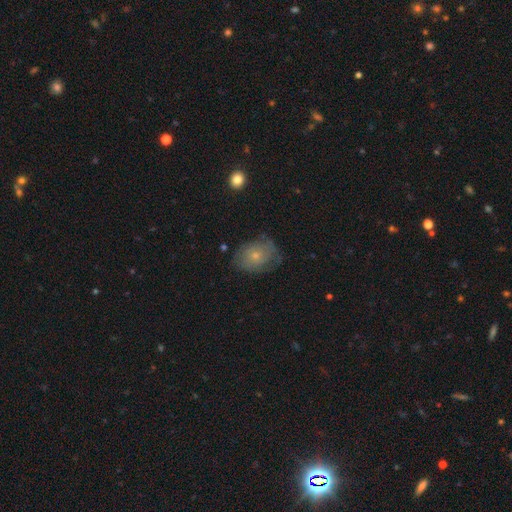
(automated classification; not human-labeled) A smooth galaxy with no disk features (55%) that is in between round and cigar-shaped (58%). Merging: none (58%).